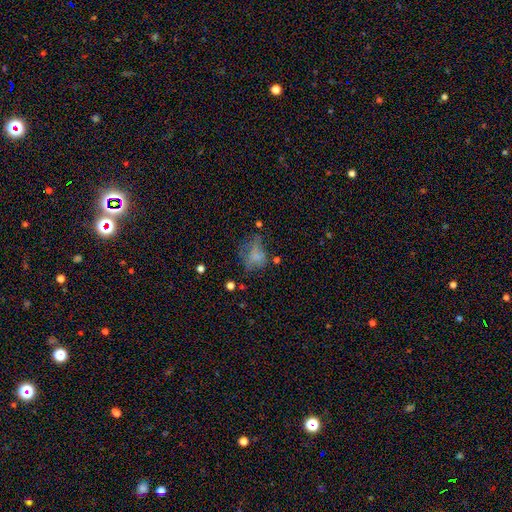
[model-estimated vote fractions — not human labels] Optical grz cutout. It shows a smooth galaxy with no disk features (61%) that is in between round and cigar-shaped (59%). Merging: major disturbance (36%).